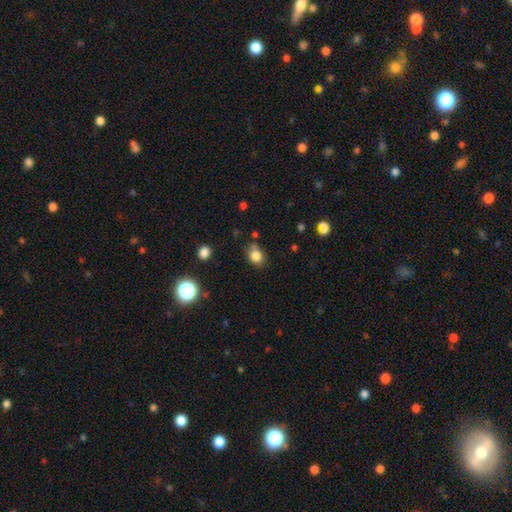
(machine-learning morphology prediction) This is clearly a smooth galaxy (82%). How rounded: possibly round (51%). Merging: likely none (64%).